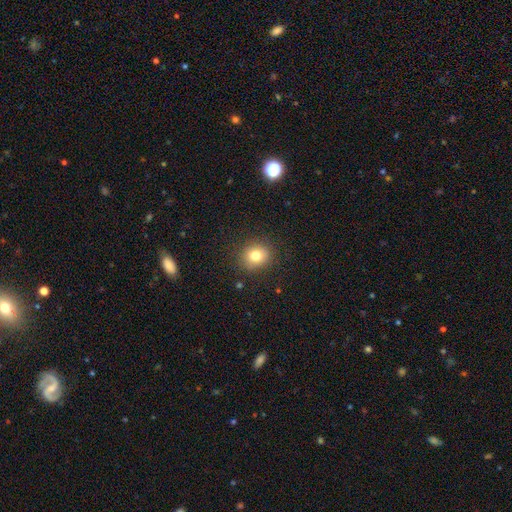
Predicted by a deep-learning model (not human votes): Overall: smooth (79%). How rounded: round (78%). Merging: none (88%).